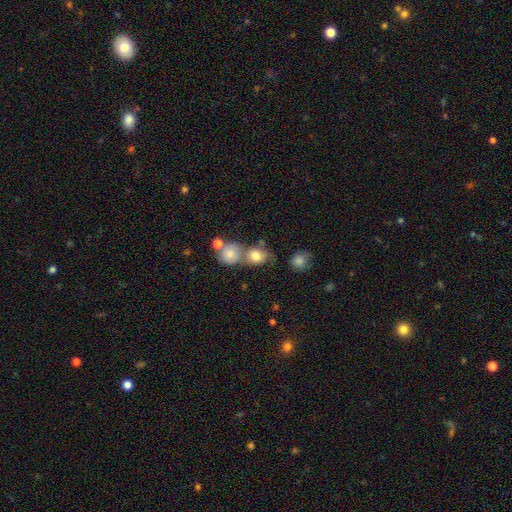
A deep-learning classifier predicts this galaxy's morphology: Smooth or featured? smooth (79%)
How rounded? round (53%)
Merging? merger (43%)